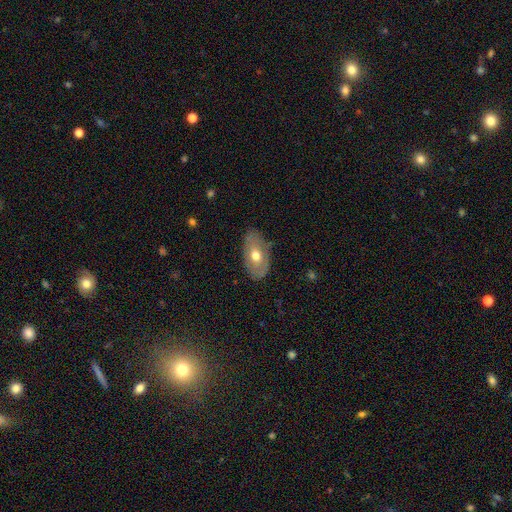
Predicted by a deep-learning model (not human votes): Smooth or featured: smooth — 56% (featured or disk — 38%)
How rounded: in between — 91% (round — 6%)
Merging: none — 76% (minor disturbance — 19%)